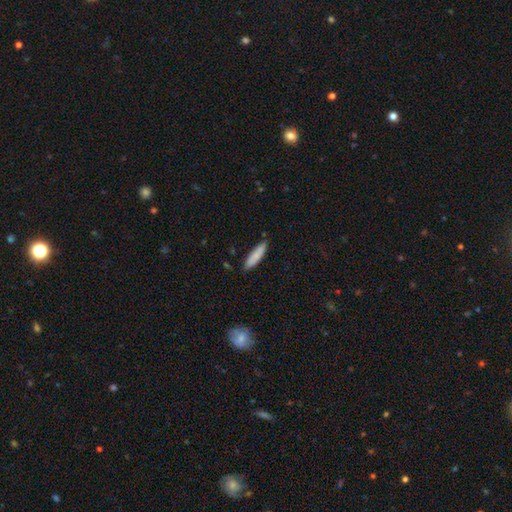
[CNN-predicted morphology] Q: Smooth or featured?
A: smooth (84%); runner-up: featured or disk (11%)
Q: How rounded?
A: cigar-shaped (70%); runner-up: in between (29%)
Q: Merging?
A: none (83%); runner-up: minor disturbance (13%)